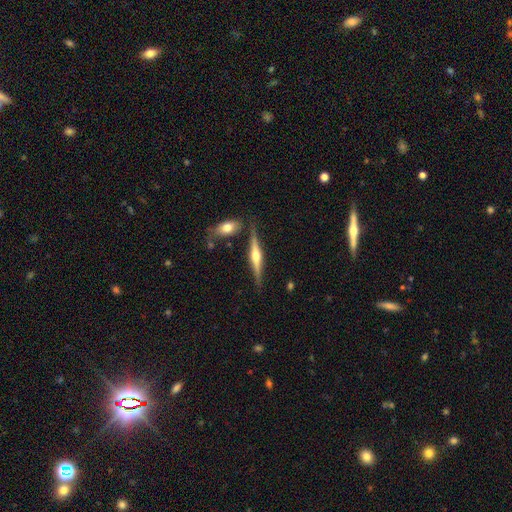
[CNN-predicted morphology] featured or disk 75%, smooth 19%, star or artifact 6%. Down the decision tree: edge-on disk — yes (97%); edge-on bulge — rounded (90%); merging — none (81%).